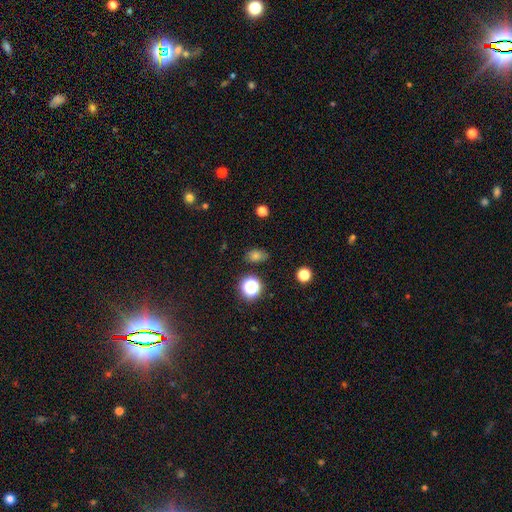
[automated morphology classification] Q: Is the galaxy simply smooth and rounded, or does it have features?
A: smooth — 60%.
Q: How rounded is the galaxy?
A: in between — 62%.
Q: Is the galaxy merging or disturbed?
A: none — 82%.